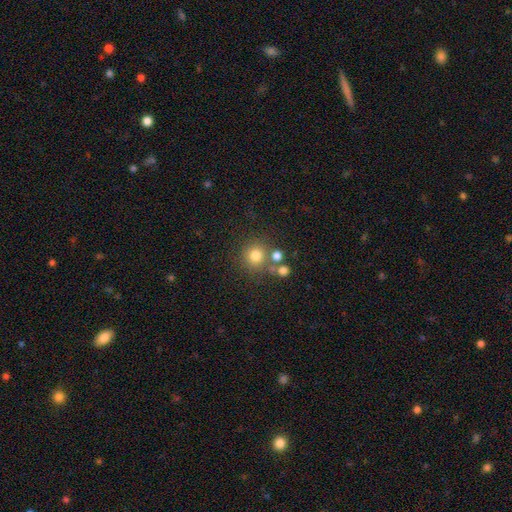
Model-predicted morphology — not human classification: Q: Smooth or featured?
A: smooth (76%); runner-up: star or artifact (15%)
Q: How rounded?
A: round (92%); runner-up: in between (7%)
Q: Merging?
A: none (70%); runner-up: merger (16%)